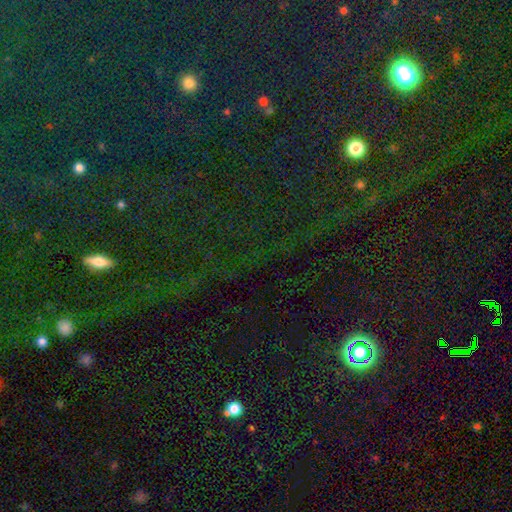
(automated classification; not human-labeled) Smooth or featured? star or artifact (79%)